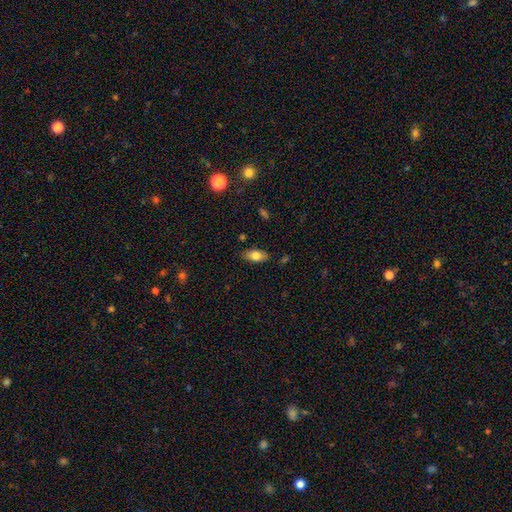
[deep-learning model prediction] A smooth galaxy with no disk features (77%) that is in between round and cigar-shaped (89%). Merging: none (80%).